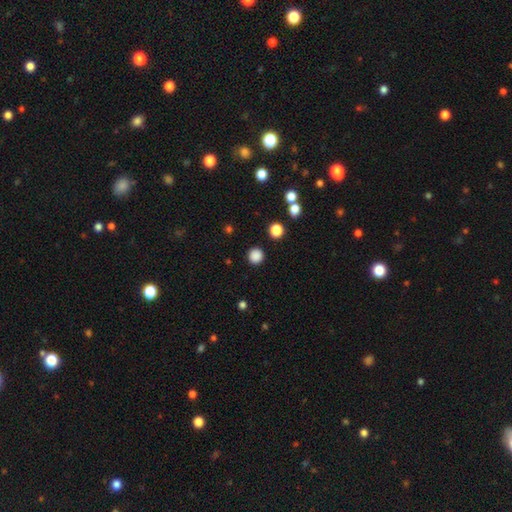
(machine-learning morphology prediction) This appears to be a smooth galaxy with no disk features (85%) that is round (94%). Merging: none (91%).